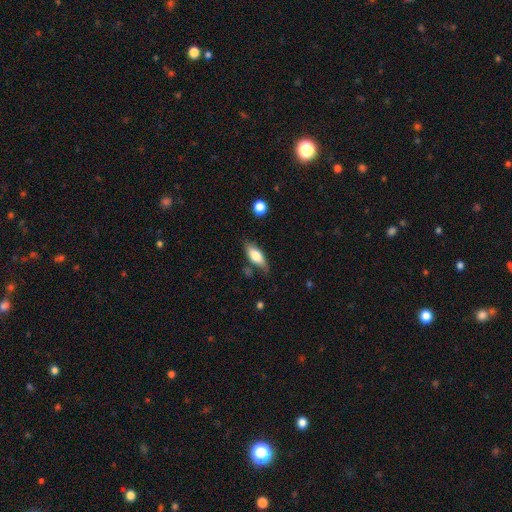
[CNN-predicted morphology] Smooth or featured? Predicted: smooth (p=0.68). How rounded? Predicted: in between (p=0.71). Merging? Predicted: none (p=0.72).